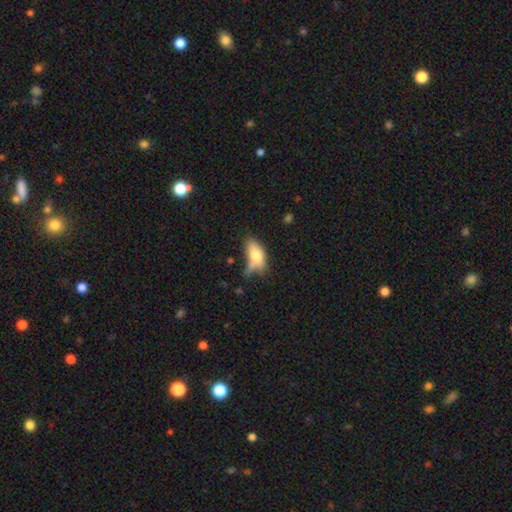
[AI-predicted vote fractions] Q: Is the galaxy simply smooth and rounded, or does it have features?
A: smooth — 73%.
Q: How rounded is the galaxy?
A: in between — 86%.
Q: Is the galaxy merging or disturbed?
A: none — 35%.